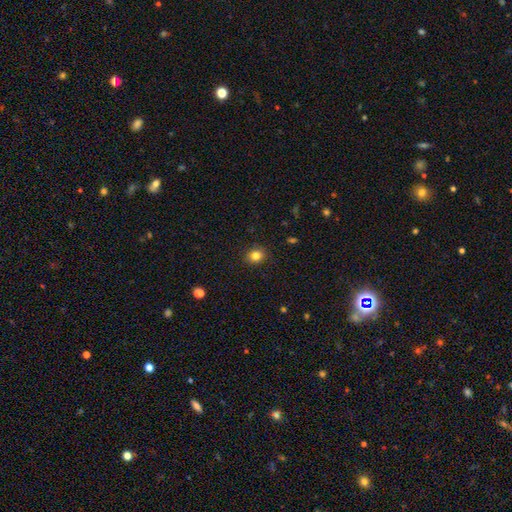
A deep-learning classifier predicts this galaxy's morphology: A smooth galaxy with no disk features (82%) that is round (74%). Merging: none (89%).